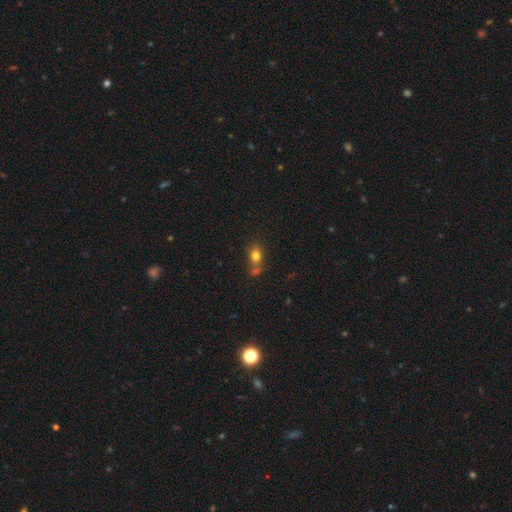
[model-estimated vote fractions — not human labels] Overall: smooth (77%). How rounded: in between (62%; round 35%). Merging: none (48%; merger 34%).